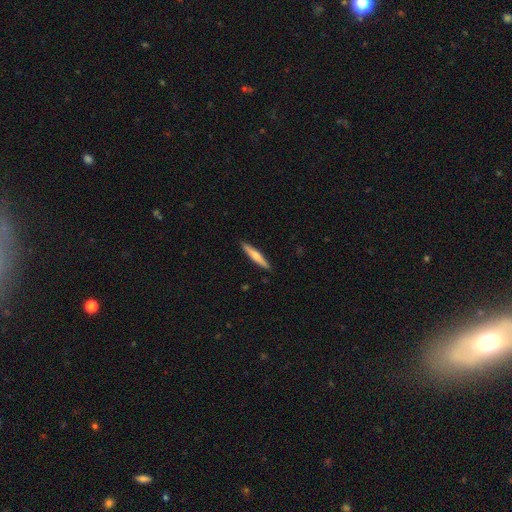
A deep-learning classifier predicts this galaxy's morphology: This is likely a smooth galaxy (62%). How rounded: clearly cigar-shaped (92%). Merging: clearly none (90%).